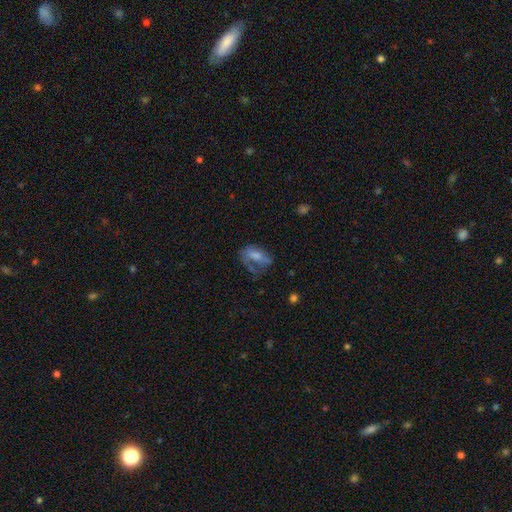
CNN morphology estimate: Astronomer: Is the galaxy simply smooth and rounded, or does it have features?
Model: smooth — 55% (runner-up: featured or disk, 35%).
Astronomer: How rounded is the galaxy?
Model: in between — 81%.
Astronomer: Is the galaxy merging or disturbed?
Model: major disturbance — 38% (runner-up: none, 33%).